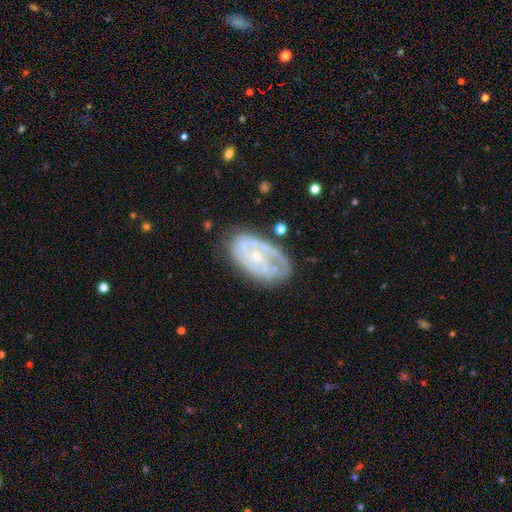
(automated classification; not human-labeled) This appears to be a featured or disk galaxy (78%) with no bar (66%), 2 (38%) tight (58%) spiral arms (79%) and a small central bulge (73%). Merging: none (62%).